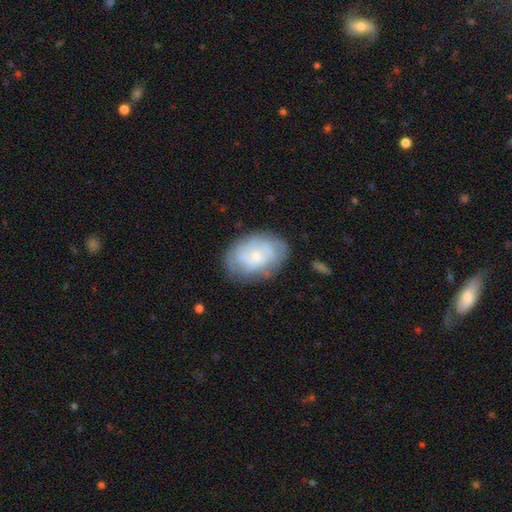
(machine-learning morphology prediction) Q: Smooth or featured?
A: featured or disk (54%); runner-up: smooth (38%)
Q: Edge-on disk?
A: no (96%); runner-up: yes (4%)
Q: Bar?
A: no (77%); runner-up: weak (20%)
Q: Spiral arms?
A: yes (67%); runner-up: no (33%)
Q: Bulge size?
A: small (65%); runner-up: moderate (27%)
Q: Merging?
A: none (72%); runner-up: minor disturbance (19%)